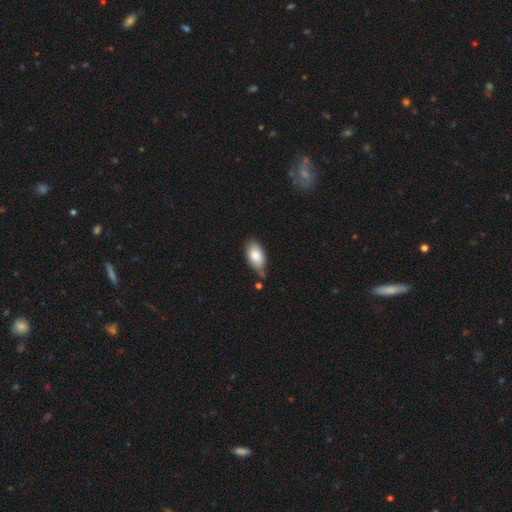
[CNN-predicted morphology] smooth_or_featured: smooth (p=0.83) [alt: featured or disk p=0.10]
how_rounded: in between (p=0.93) [alt: cigar-shaped p=0.04]
merging: none (p=0.55) [alt: minor disturbance p=0.29]